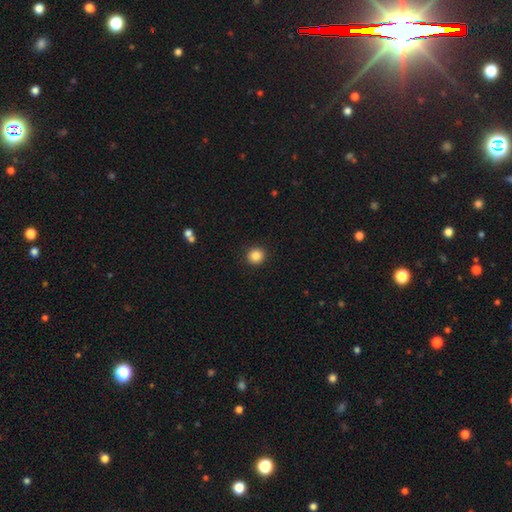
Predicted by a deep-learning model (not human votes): Smooth or featured? Predicted: smooth (p=0.86). How rounded? Predicted: round (p=0.92). Merging? Predicted: none (p=0.92).